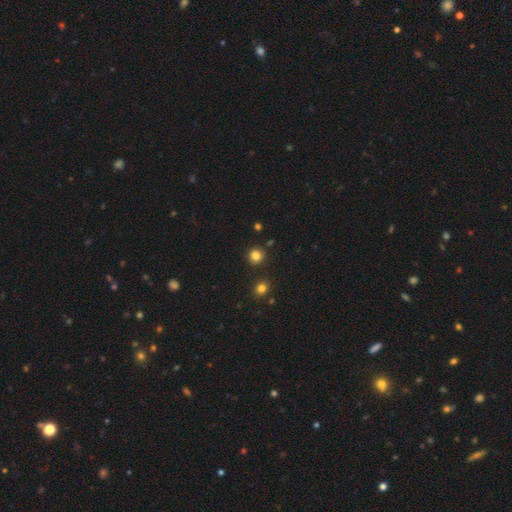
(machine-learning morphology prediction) Smooth or featured: smooth — 82% (star or artifact — 13%)
How rounded: round — 92% (in between — 7%)
Merging: none — 89% (minor disturbance — 6%)